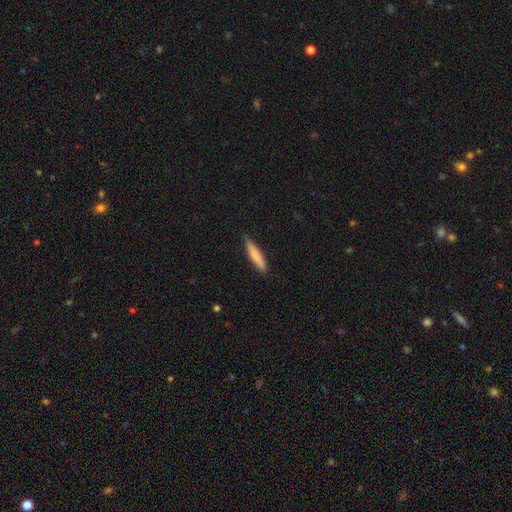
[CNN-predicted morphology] A smooth galaxy with no disk features (76%) that is cigar-shaped (87%). Merging: none (84%).